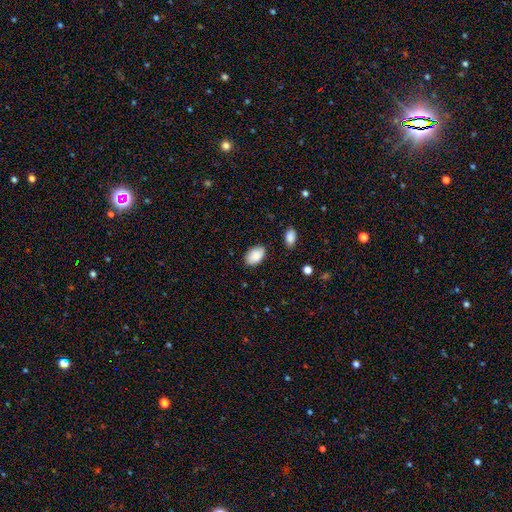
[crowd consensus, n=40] Smooth or featured? 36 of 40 (90%) said smooth. How rounded? 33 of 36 (92%) said in between. Merging? 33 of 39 (85%) said none.